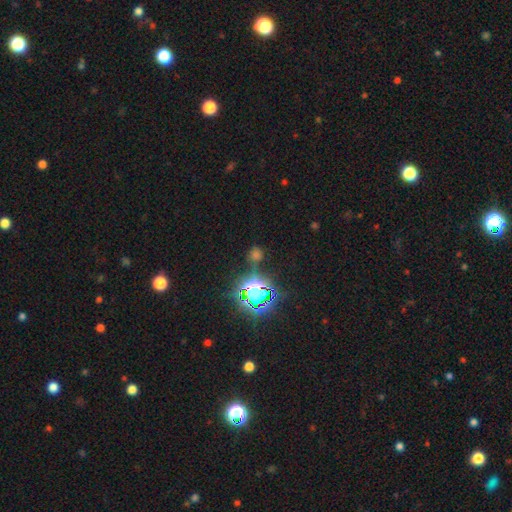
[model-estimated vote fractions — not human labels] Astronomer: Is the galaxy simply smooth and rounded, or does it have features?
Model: star or artifact — 59%.